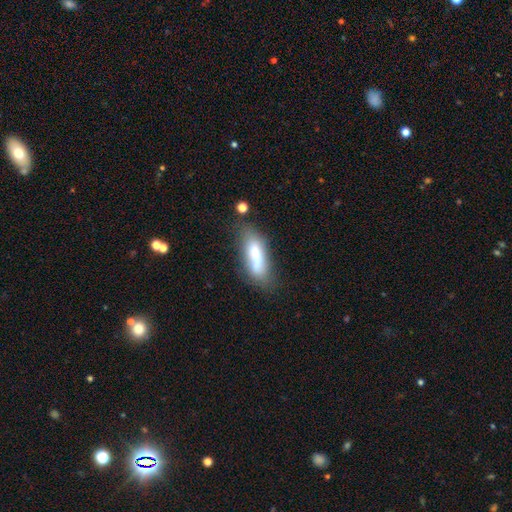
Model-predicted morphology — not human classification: smooth 66%, featured or disk 26%, star or artifact 8%. Down the decision tree: how rounded — in between (58%); merging — none (49%).